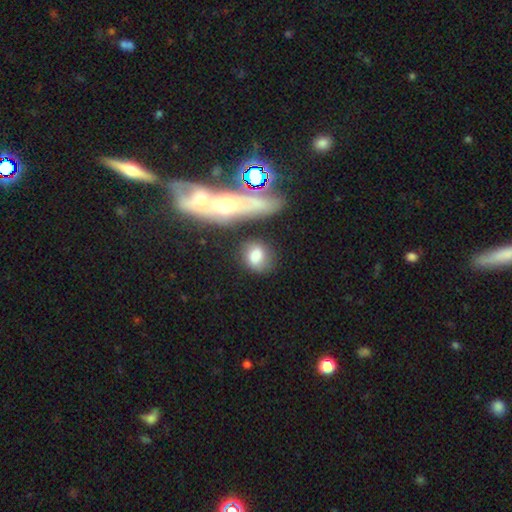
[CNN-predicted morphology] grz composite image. It shows a smooth galaxy with no disk features (76%) that is round (51%). Merging: none (66%).